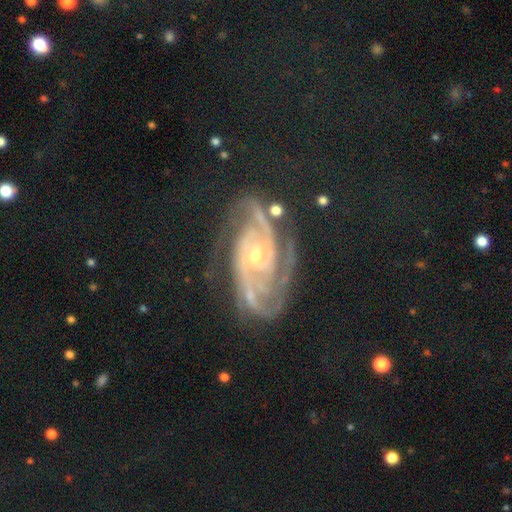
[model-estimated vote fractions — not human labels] Smooth or featured: featured or disk — 68% (star or artifact — 22%)
Edge-on disk: no — 96% (yes — 4%)
Bar: no — 64% (weak — 25%)
Spiral arms: yes — 97% (no — 3%)
Spiral winding: tight — 60% (medium — 31%)
Spiral arm count: 2 — 42% (3 — 17%)
Bulge size: small — 55% (moderate — 40%)
Merging: none — 73% (minor disturbance — 17%)